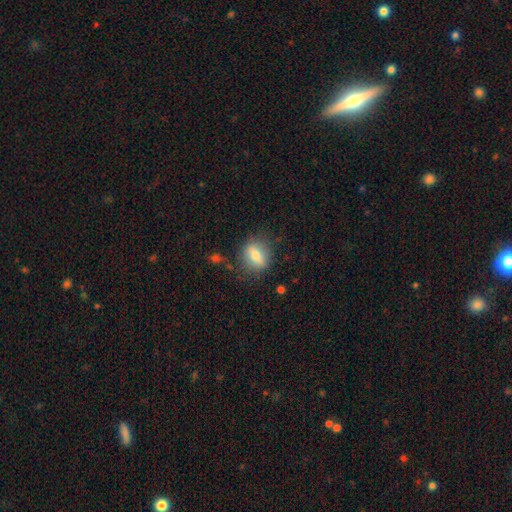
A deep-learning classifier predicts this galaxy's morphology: smooth-or-featured: smooth: 65% | featured or disk: 27% | star or artifact: 8%
  how-rounded: round: 51% | in between: 44% | cigar-shaped: 5%
  merging: none: 79% | minor disturbance: 14% | major disturbance: 5% | merger: 2%